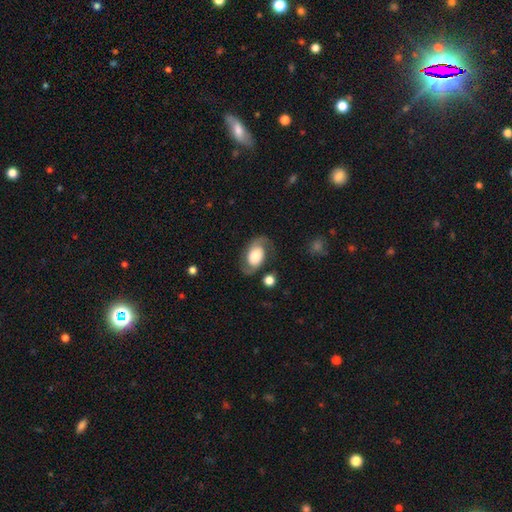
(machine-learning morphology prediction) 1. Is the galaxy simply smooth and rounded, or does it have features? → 68% featured or disk, 25% smooth, 7% star or artifact.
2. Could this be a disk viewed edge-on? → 96% no, 4% yes.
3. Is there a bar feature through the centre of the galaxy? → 66% no, 25% weak, 9% strong.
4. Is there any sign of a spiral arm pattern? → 89% yes, 11% no.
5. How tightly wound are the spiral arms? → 45% medium, 34% loose, 20% tight.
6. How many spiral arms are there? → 89% 2, 4% can't tell, 4% 1, 1% 3, 1% 4, 1% more than 4.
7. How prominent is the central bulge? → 41% large, 32% moderate, 13% small, 11% dominant, 4% none.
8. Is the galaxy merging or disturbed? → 68% none, 18% minor disturbance, 11% major disturbance, 3% merger.